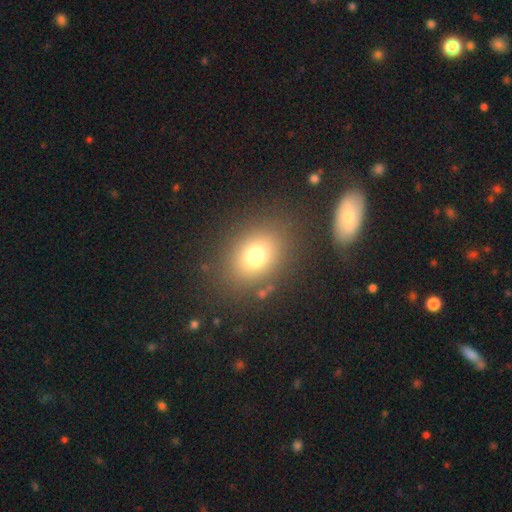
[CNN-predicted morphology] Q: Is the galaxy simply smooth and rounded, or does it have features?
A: smooth — 73%.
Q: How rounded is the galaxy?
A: in between — 54%.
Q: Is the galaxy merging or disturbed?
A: none — 82%.